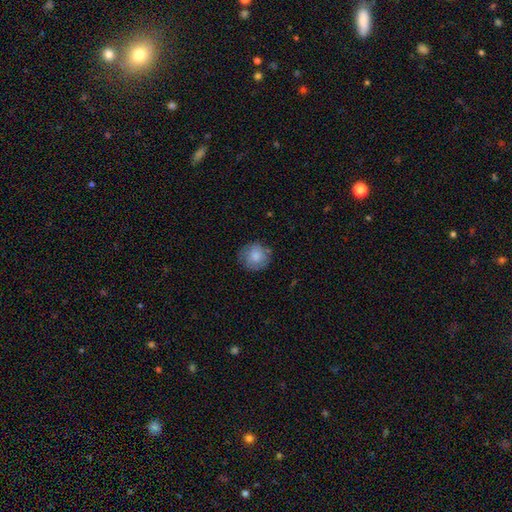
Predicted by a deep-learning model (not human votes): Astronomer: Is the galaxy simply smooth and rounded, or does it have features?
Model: smooth — 78%.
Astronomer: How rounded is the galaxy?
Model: round — 91%.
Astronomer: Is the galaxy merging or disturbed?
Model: none — 75%.